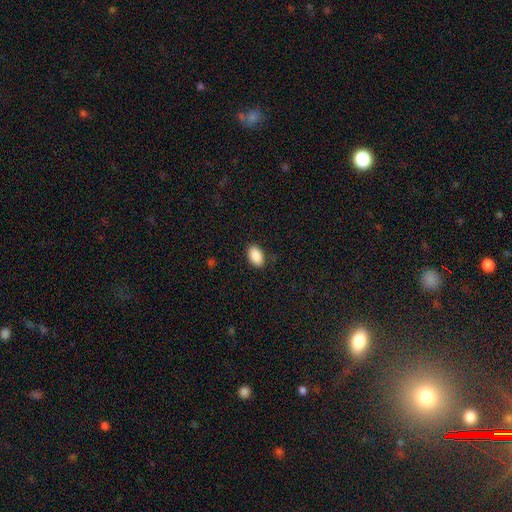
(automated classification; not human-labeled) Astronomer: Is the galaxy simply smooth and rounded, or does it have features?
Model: smooth — 89%.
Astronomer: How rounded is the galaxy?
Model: in between — 92%.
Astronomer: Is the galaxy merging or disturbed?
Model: none — 86%.